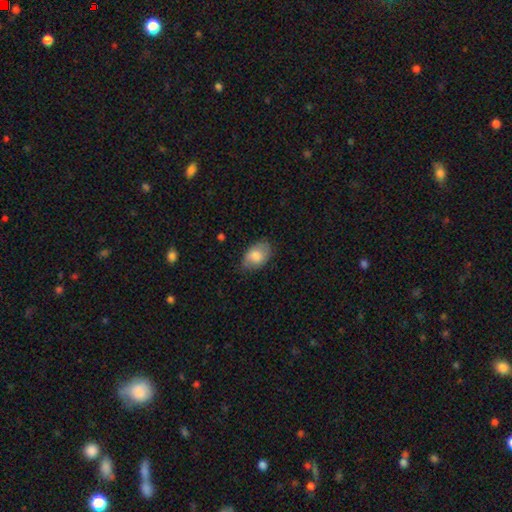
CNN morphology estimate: The model was most divided on "merging": none: 73%, minor disturbance: 22%, major disturbance: 4%, merger: 1%. More confident: how rounded — in between (89%); smooth or featured — smooth (78%).